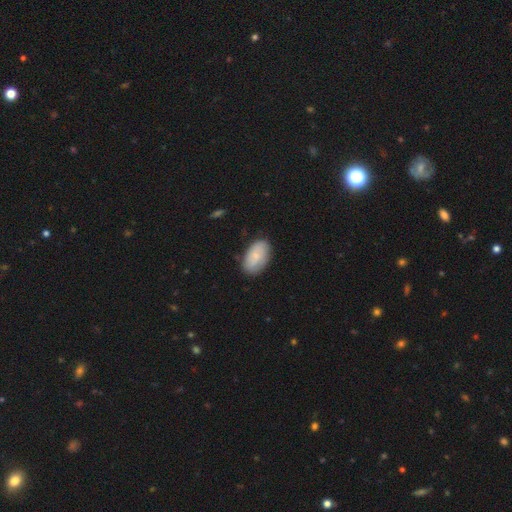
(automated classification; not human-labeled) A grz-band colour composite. It shows a smooth galaxy with no disk features (71%) that is in between round and cigar-shaped (93%). Merging: none (77%).